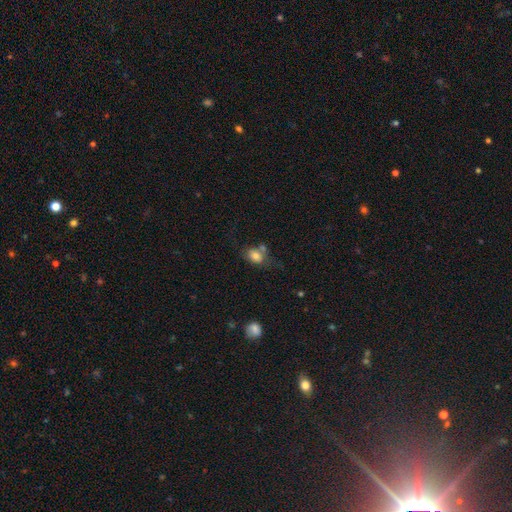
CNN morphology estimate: Smooth or featured? smooth (76%)
How rounded? in between (67%)
Merging? none (43%)